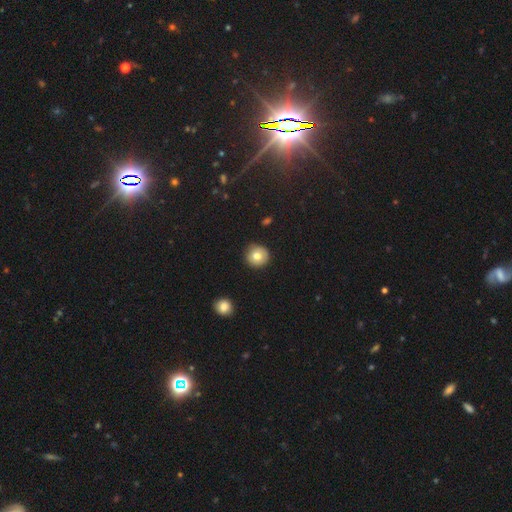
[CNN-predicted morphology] Smooth or featured?
  - smooth: 78% *
  - featured or disk: 13%
  - star or artifact: 9%
How rounded?
  - round: 93% *
  - in between: 6%
  - cigar-shaped: 1%
Merging?
  - none: 89% *
  - minor disturbance: 8%
  - major disturbance: 2%
  - merger: 1%